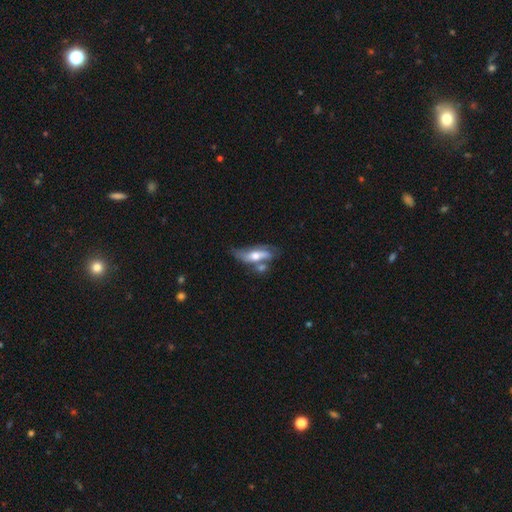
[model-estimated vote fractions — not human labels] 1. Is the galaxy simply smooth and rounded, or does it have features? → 48% featured or disk, 46% smooth, 6% star or artifact.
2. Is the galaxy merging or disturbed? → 34% merger (tied), 34% none (tied), 19% minor disturbance, 13% major disturbance.